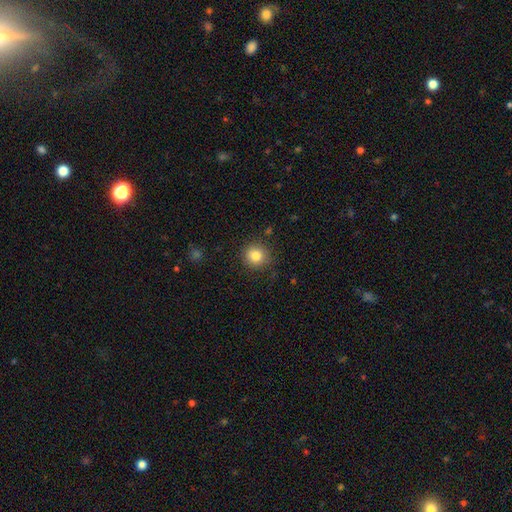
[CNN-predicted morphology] Smooth or featured? smooth (83%)
How rounded? round (90%)
Merging? none (86%)